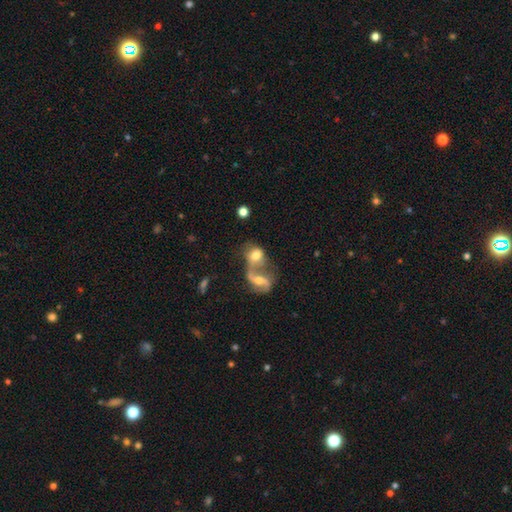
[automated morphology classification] smooth 47%, featured or disk 44%, star or artifact 9%. Down the decision tree: merging — merger (69%).